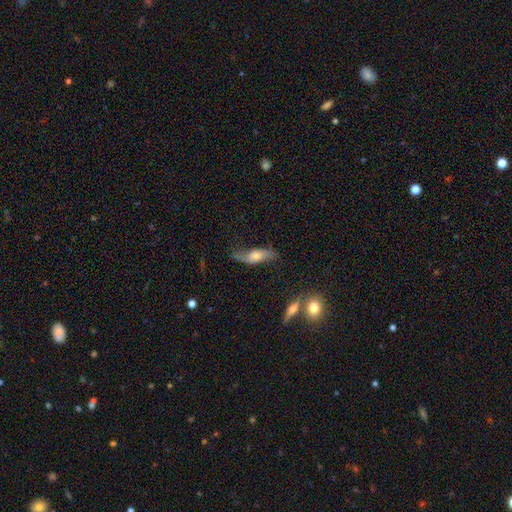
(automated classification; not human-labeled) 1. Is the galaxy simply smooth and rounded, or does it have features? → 58% featured or disk, 34% smooth, 8% star or artifact.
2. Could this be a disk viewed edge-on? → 67% no, 33% yes.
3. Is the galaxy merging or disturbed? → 54% none, 26% minor disturbance, 16% major disturbance, 4% merger.